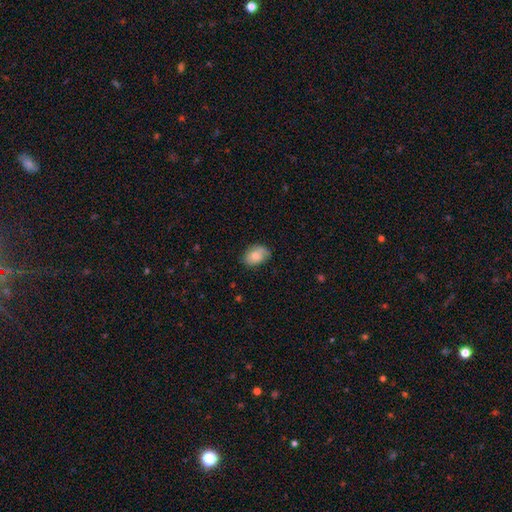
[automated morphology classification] Overall: smooth (64%; featured or disk 29%). How rounded: in between (76%). Merging: none (61%; minor disturbance 29%).